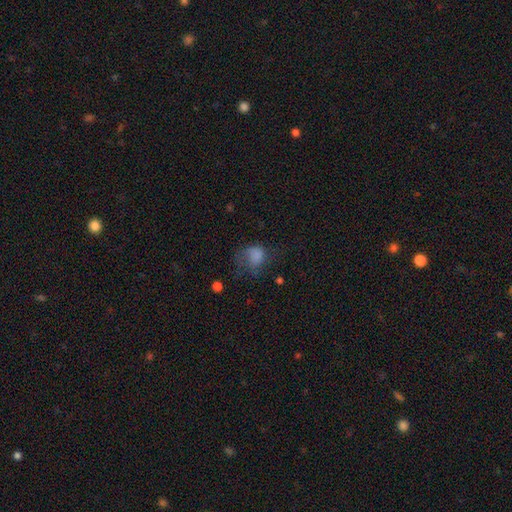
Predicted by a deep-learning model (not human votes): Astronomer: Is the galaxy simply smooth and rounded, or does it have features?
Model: smooth — 73%.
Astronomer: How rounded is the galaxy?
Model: in between — 50% (runner-up: round, 49%).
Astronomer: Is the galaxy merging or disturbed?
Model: major disturbance — 41% (runner-up: none, 30%).